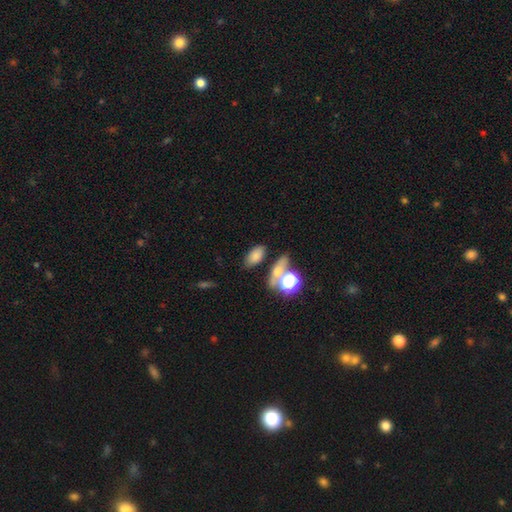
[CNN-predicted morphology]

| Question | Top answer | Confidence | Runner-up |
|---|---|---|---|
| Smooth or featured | smooth | 76% | star or artifact (14%) |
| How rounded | in between | 86% | round (9%) |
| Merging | none | 69% | merger (14%) |